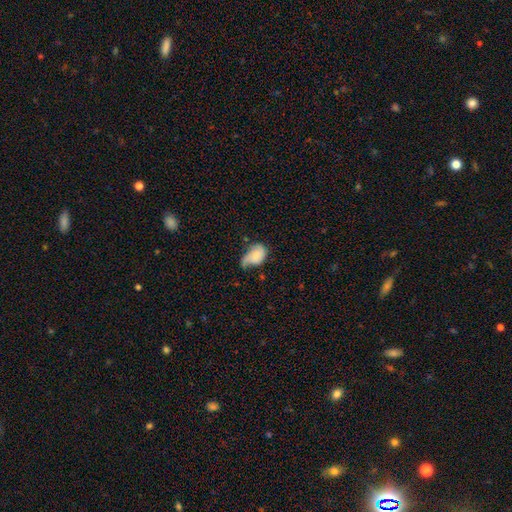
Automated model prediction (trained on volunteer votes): A smooth galaxy with no disk features (63%) that is in between round and cigar-shaped (84%).

Vote fractions:
- Smooth or featured? smooth: 63% / featured or disk: 29% / star or artifact: 8%
- How rounded? in between: 84% / round: 15% / cigar-shaped: 1%
- Merging? minor disturbance: 39% / major disturbance: 29% / none: 25% / merger: 6%